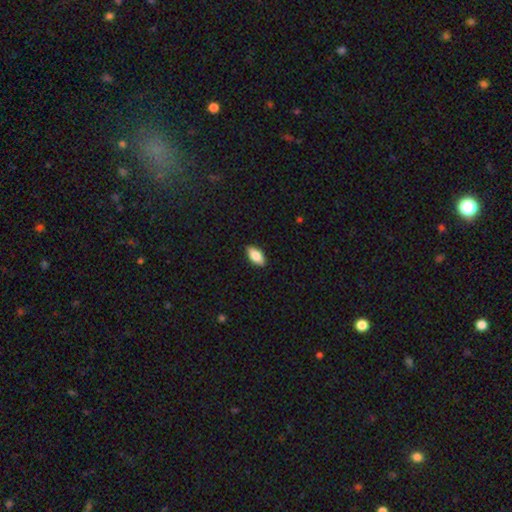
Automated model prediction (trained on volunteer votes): The model was most divided on "smooth or featured": smooth: 83%, featured or disk: 11%, star or artifact: 6%. More confident: how rounded — in between (92%); merging — none (90%).